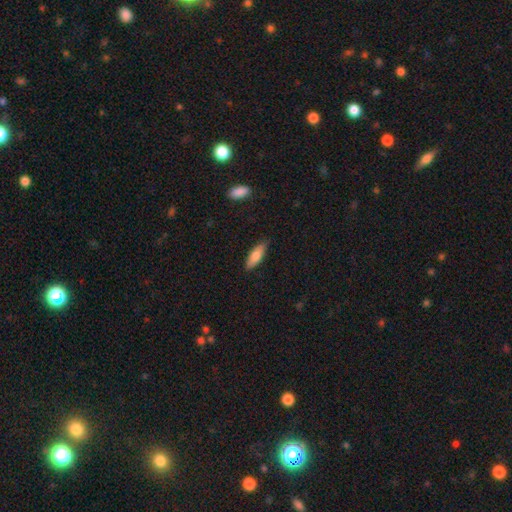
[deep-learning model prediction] Smooth or featured? Predicted: smooth (p=0.78). How rounded? Predicted: in between (p=0.57). Merging? Predicted: none (p=0.85).